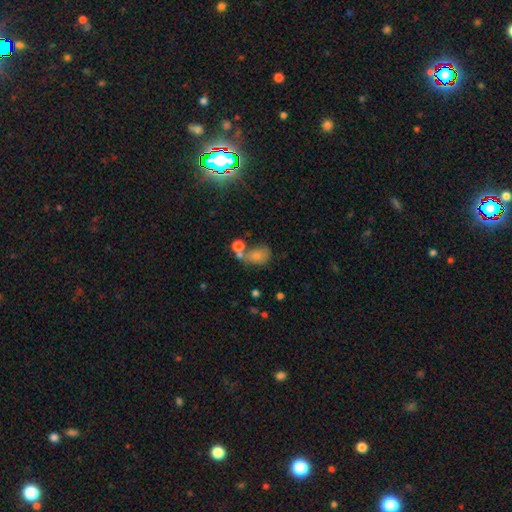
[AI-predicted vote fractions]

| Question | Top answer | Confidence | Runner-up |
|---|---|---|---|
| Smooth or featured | smooth | 69% | star or artifact (16%) |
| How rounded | in between | 67% | round (31%) |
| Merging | none | 34% | merger (31%) |